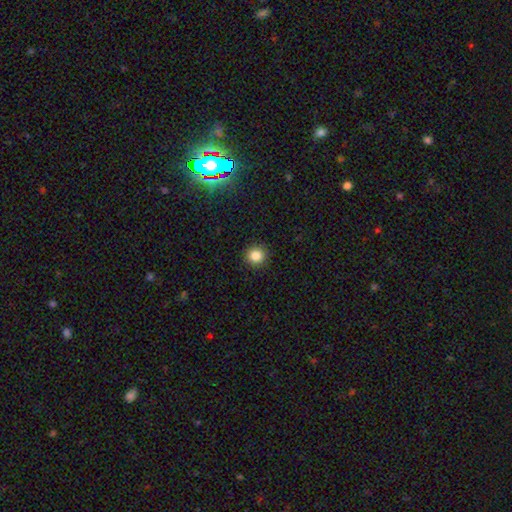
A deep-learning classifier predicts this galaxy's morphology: Smooth or featured?
  - smooth: 85% *
  - star or artifact: 11%
  - featured or disk: 4%
How rounded?
  - round: 92% *
  - in between: 7%
  - cigar-shaped: 1%
Merging?
  - none: 92% *
  - minor disturbance: 5%
  - major disturbance: 2%
  - merger: 1%